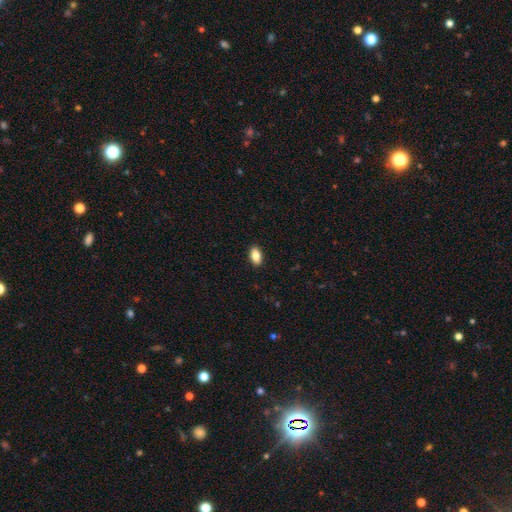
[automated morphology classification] Smooth or featured?
  - smooth: 85% *
  - featured or disk: 8%
  - star or artifact: 8%
How rounded?
  - in between: 91% *
  - round: 5%
  - cigar-shaped: 4%
Merging?
  - none: 90% *
  - minor disturbance: 7%
  - major disturbance: 2%
  - merger: 1%